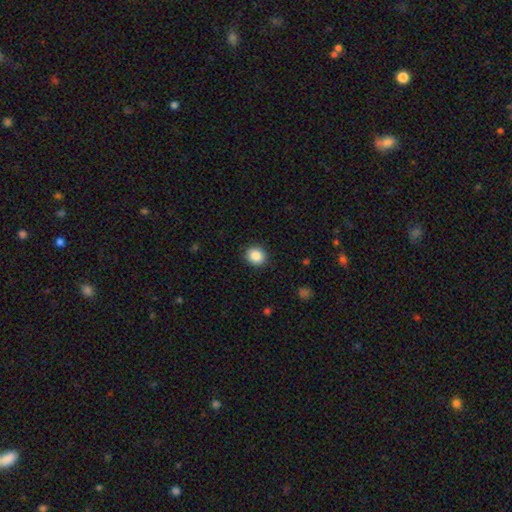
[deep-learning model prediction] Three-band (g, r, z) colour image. It shows a smooth galaxy with no disk features (87%) that is round (77%). Merging: none (90%).